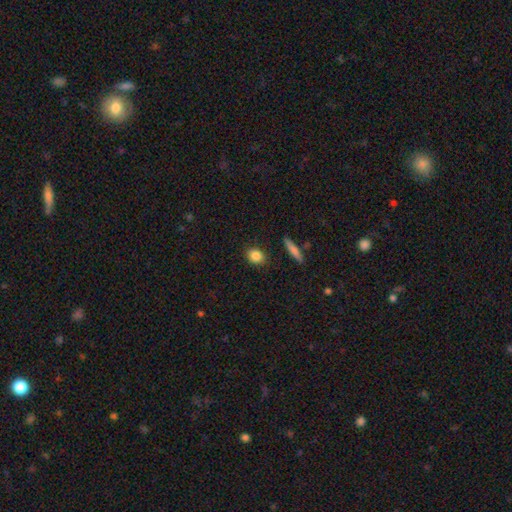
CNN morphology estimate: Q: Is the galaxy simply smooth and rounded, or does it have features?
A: smooth — 86%.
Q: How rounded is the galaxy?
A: round — 48%, tied with in between.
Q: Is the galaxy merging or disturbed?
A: none — 87%.